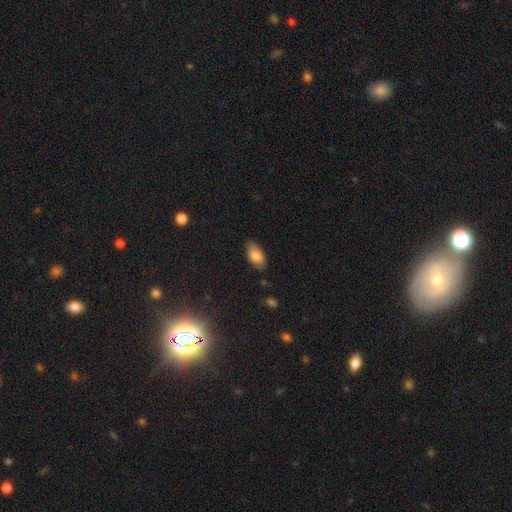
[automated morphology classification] Smooth or featured?
  - smooth: 83% *
  - featured or disk: 10%
  - star or artifact: 7%
How rounded?
  - in between: 92% *
  - cigar-shaped: 4%
  - round: 3%
Merging?
  - none: 79% *
  - minor disturbance: 16%
  - major disturbance: 3%
  - merger: 1%